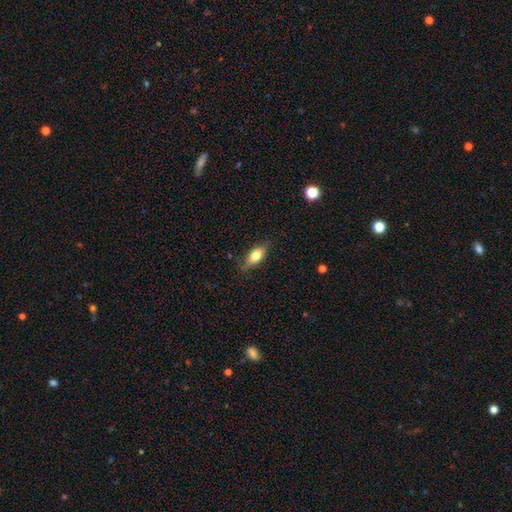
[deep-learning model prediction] smooth 73%, featured or disk 20%, star or artifact 7%. Down the decision tree: how rounded — in between (79%); merging — none (78%).